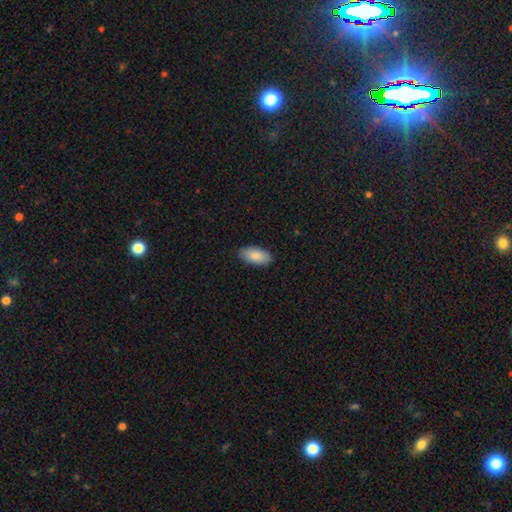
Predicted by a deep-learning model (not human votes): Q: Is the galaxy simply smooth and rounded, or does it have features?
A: smooth — 88%.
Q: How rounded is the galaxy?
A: in between — 93%.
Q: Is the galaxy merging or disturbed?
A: none — 88%.